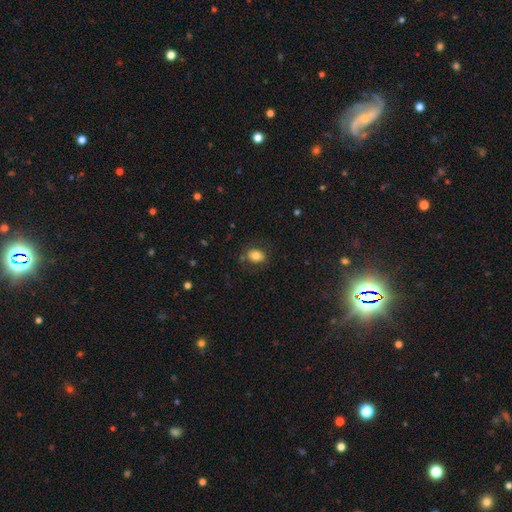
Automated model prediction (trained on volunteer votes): Smooth or featured?
  - smooth: 79% *
  - featured or disk: 12%
  - star or artifact: 10%
How rounded?
  - in between: 67% *
  - round: 32%
  - cigar-shaped: 1%
Merging?
  - none: 76% *
  - minor disturbance: 15%
  - major disturbance: 7%
  - merger: 2%